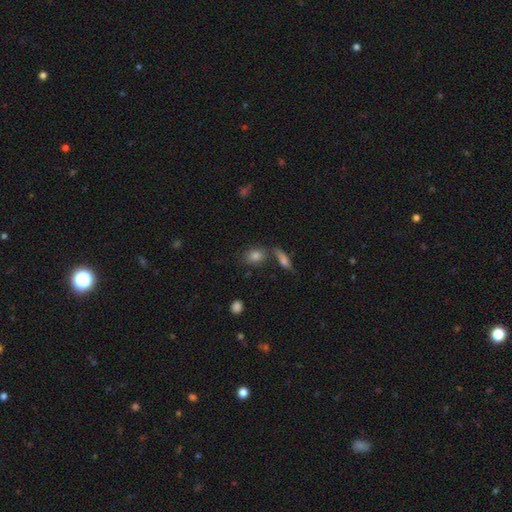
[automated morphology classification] Q: Smooth or featured?
A: smooth (73%); runner-up: featured or disk (14%)
Q: How rounded?
A: in between (57%); runner-up: round (37%)
Q: Merging?
A: none (63%); runner-up: merger (20%)